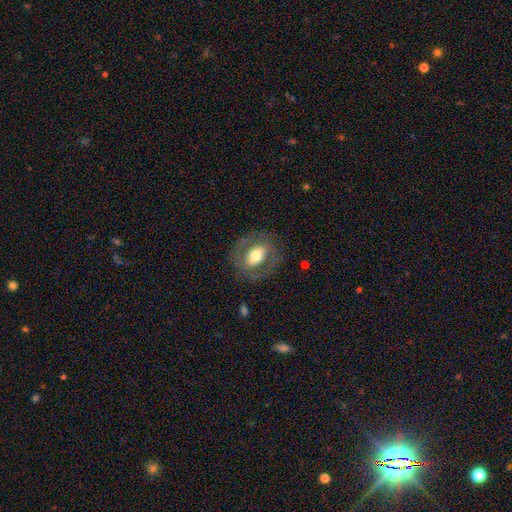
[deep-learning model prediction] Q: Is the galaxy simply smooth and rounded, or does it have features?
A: featured or disk — 48%.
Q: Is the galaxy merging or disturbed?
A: none — 76%.